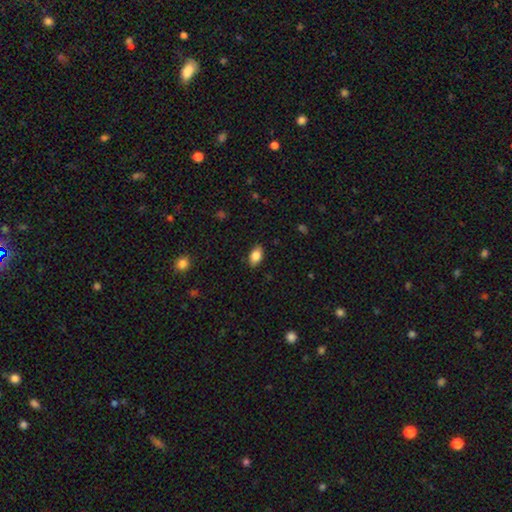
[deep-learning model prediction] smooth-or-featured: smooth: 84% | featured or disk: 8% | star or artifact: 8%
  how-rounded: in between: 91% | round: 7% | cigar-shaped: 3%
  merging: none: 86% | minor disturbance: 10% | major disturbance: 2% | merger: 1%